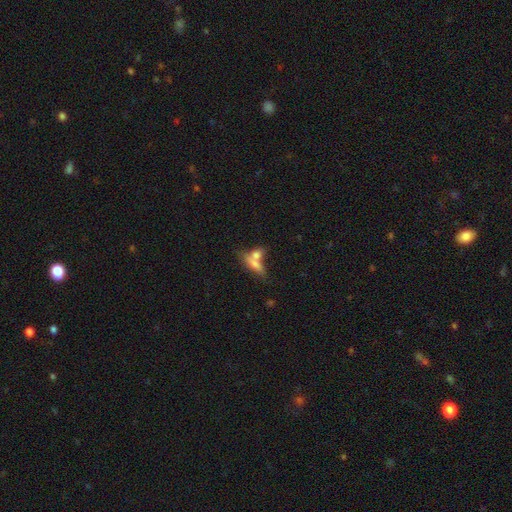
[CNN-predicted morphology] Overall: smooth (66%). How rounded: in between (53%; cigar-shaped 36%). Merging: merger (52%; none 32%).